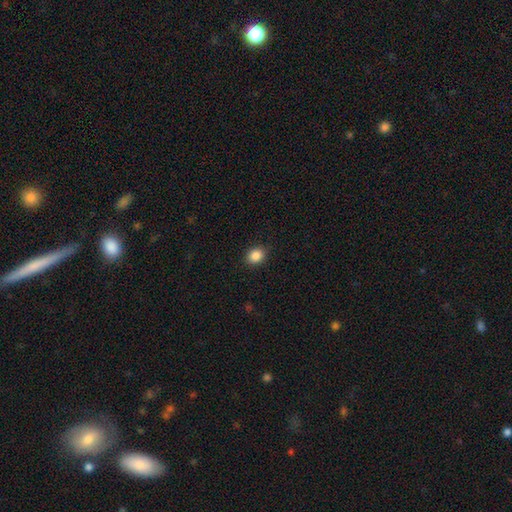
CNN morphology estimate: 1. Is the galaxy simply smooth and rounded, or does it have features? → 86% smooth, 10% star or artifact, 4% featured or disk.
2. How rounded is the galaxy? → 53% in between, 46% round, 1% cigar-shaped.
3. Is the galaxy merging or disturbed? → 89% none, 8% minor disturbance, 2% major disturbance, 1% merger.